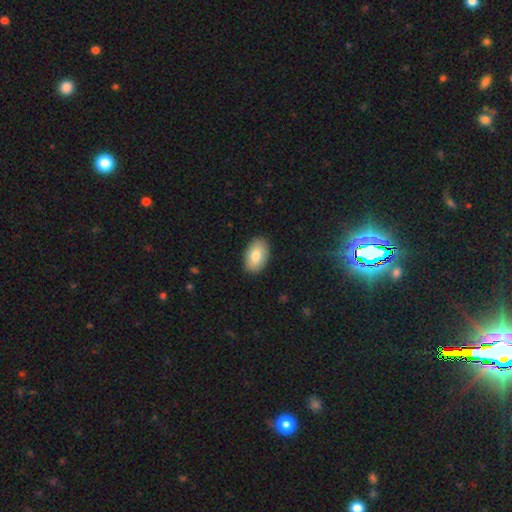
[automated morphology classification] Smooth or featured? Predicted: smooth (p=0.80). How rounded? Predicted: in between (p=0.92). Merging? Predicted: none (p=0.88).